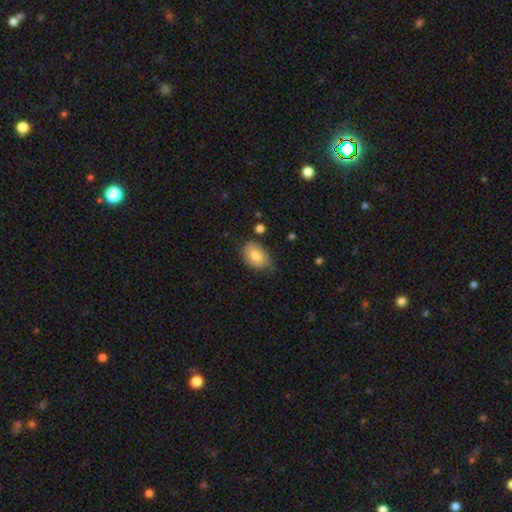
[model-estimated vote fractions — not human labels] smooth-or-featured: smooth: 79% | featured or disk: 14% | star or artifact: 7%
  how-rounded: in between: 85% | round: 14% | cigar-shaped: 1%
  merging: none: 67% | minor disturbance: 26% | major disturbance: 5% | merger: 3%